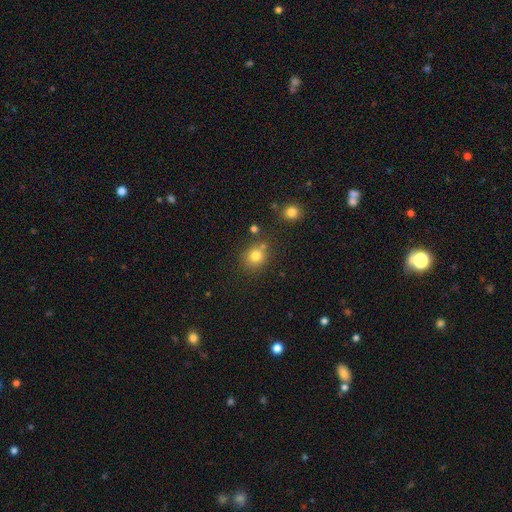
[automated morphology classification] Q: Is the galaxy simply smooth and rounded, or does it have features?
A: smooth — 79%.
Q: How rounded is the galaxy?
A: round — 83%.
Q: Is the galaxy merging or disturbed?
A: none — 72%.